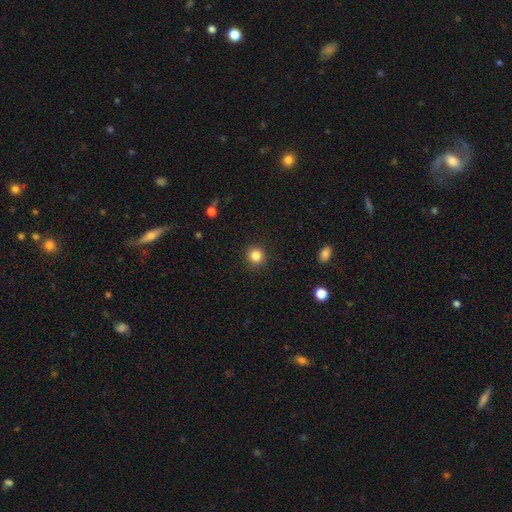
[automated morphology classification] Smooth or featured: smooth — 85% (star or artifact — 11%)
How rounded: round — 93% (in between — 6%)
Merging: none — 91% (minor disturbance — 6%)